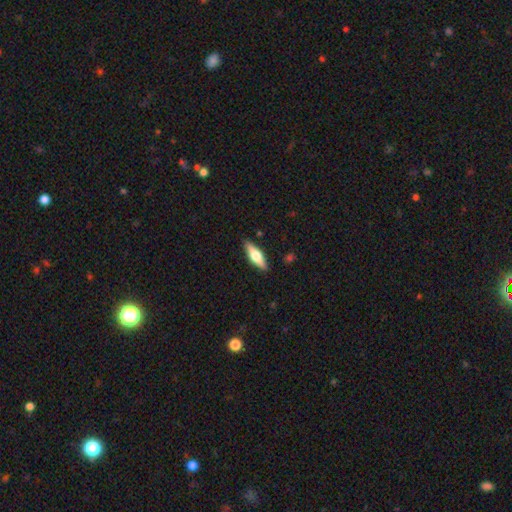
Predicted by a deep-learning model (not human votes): smooth_or_featured: featured or disk (p=0.47) [tied with: smooth p=0.47]
merging: none (p=0.88) [alt: minor disturbance p=0.09]